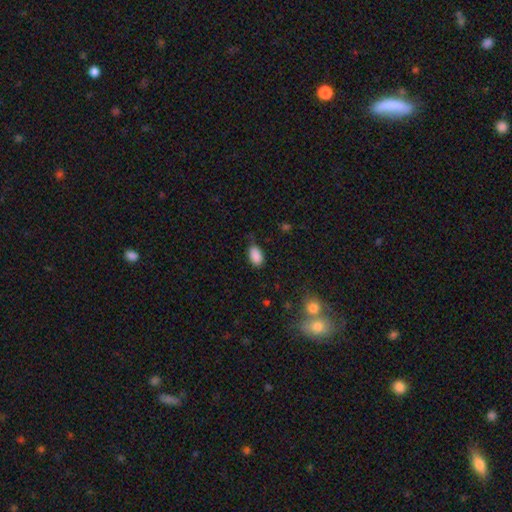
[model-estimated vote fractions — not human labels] This appears to be a smooth galaxy with no disk features (89%) that is in between round and cigar-shaped (93%). Merging: none (76%).